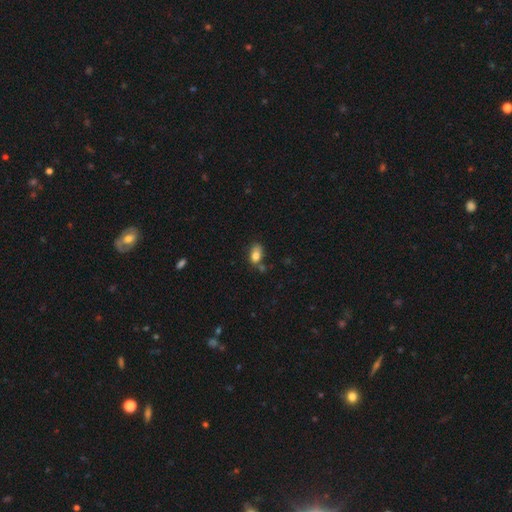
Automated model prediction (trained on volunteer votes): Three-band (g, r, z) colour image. It shows a smooth galaxy with no disk features (81%) that is in between round and cigar-shaped (86%). Merging: none (52%).